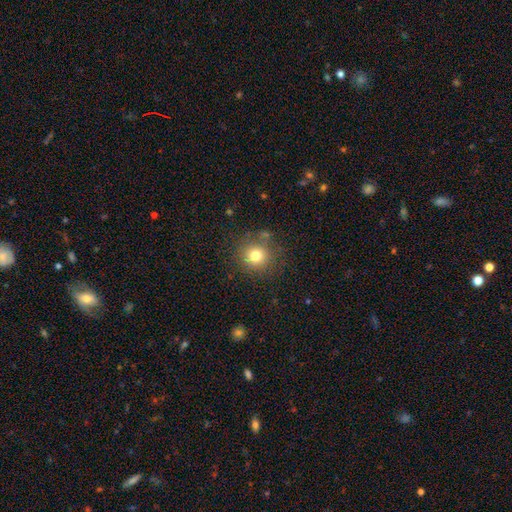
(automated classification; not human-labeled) A smooth galaxy with no disk features (78%) that is round (90%).

Vote fractions:
- Smooth or featured? smooth: 78% / star or artifact: 13% / featured or disk: 9%
- How rounded? round: 90% / in between: 9% / cigar-shaped: 1%
- Merging? none: 81% / minor disturbance: 11% / major disturbance: 4% / merger: 4%